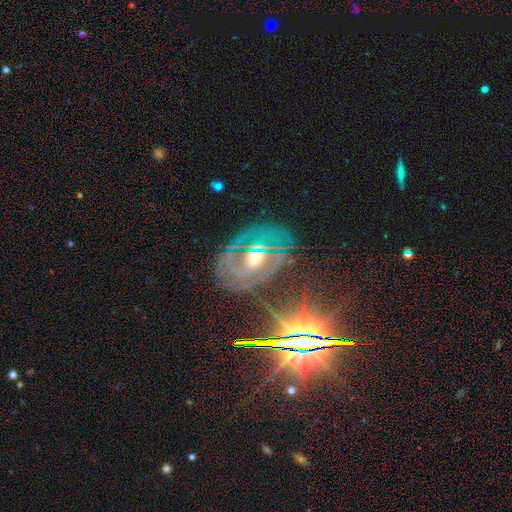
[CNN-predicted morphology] smooth_or_featured: featured or disk (p=0.78) [alt: star or artifact p=0.12]
disk_edge_on: no (p=0.95) [alt: yes p=0.05]
bar: weak (p=0.39) [tied with: no p=0.39]
has_spiral_arms: yes (p=0.86) [alt: no p=0.14]
spiral_winding: tight (p=0.51) [alt: medium p=0.36]
spiral_arm_count: 2 (p=0.44) [alt: can't tell p=0.27]
bulge_size: moderate (p=0.65) [alt: small p=0.24]
merging: none (p=0.69) [alt: minor disturbance p=0.16]